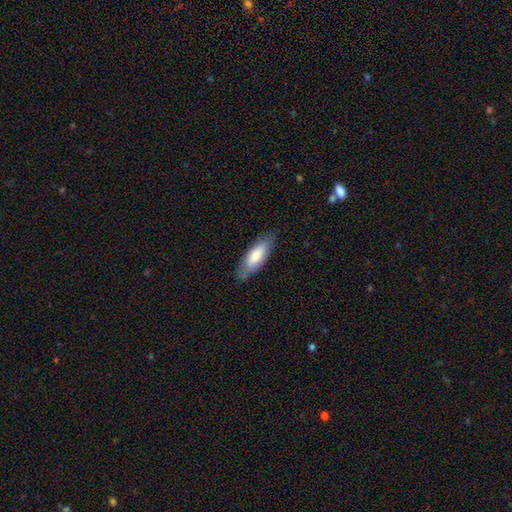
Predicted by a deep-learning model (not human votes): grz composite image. It shows a smooth galaxy with no disk features (76%) that is in between round and cigar-shaped (62%). Merging: none (80%).